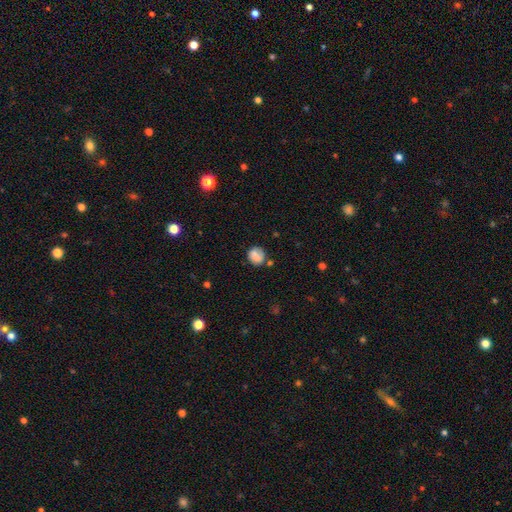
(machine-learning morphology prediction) Smooth or featured?
  - smooth: 72% *
  - featured or disk: 18%
  - star or artifact: 10%
How rounded?
  - round: 73% *
  - in between: 26%
  - cigar-shaped: 1%
Merging?
  - none: 64% *
  - minor disturbance: 21%
  - major disturbance: 8%
  - merger: 7%